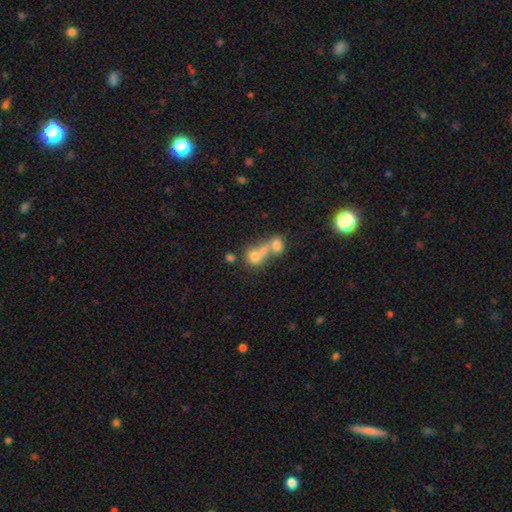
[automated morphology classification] smooth_or_featured: smooth (p=0.65) [alt: featured or disk p=0.19]
how_rounded: round (p=0.75) [alt: in between p=0.23]
merging: merger (p=0.65) [alt: none p=0.25]